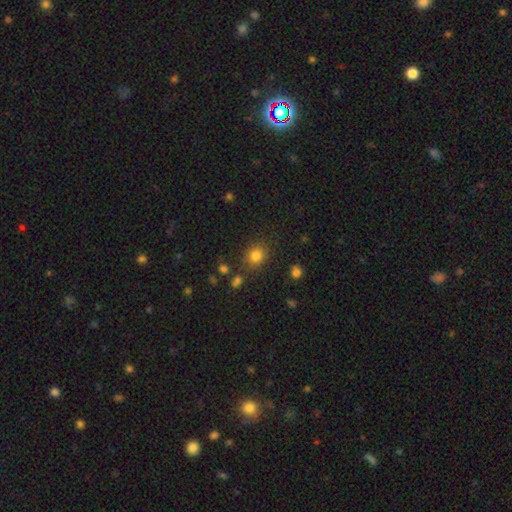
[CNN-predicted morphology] Q: Smooth or featured?
A: smooth (81%); runner-up: star or artifact (13%)
Q: How rounded?
A: round (72%); runner-up: in between (27%)
Q: Merging?
A: none (80%); runner-up: minor disturbance (11%)